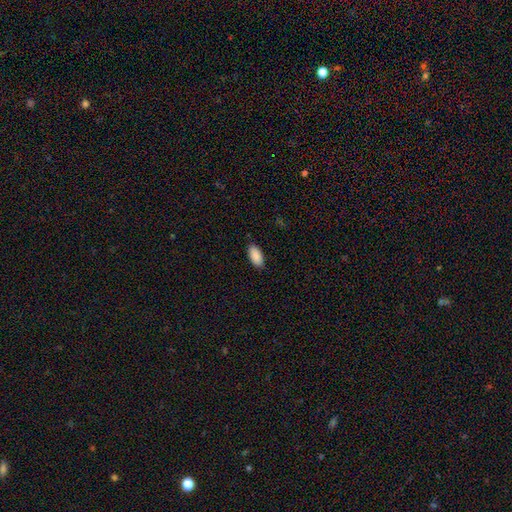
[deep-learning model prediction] Smooth or featured?
  - smooth: 90% *
  - star or artifact: 6%
  - featured or disk: 3%
How rounded?
  - in between: 93% *
  - cigar-shaped: 5%
  - round: 2%
Merging?
  - none: 87% *
  - minor disturbance: 10%
  - major disturbance: 2%
  - merger: 1%